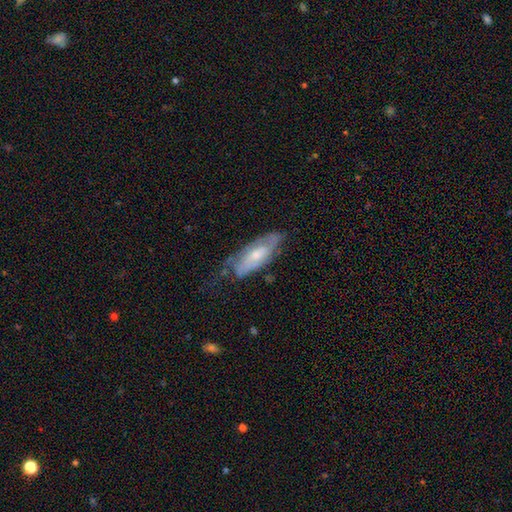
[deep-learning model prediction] This is likely a featured or disk galaxy (63%). It is clearly not viewed edge-on (82%). Bar: possibly no (60%). Spiral arm pattern: likely yes (78%). Central bulge: possibly moderate (48%). Merging: possibly none (50%).